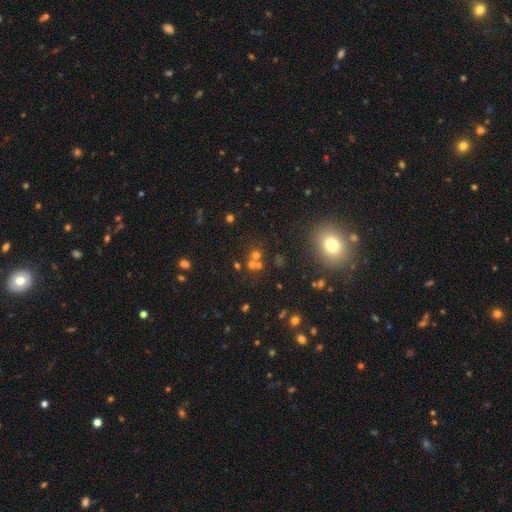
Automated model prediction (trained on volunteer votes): smooth 48%, star or artifact 40%, featured or disk 12%. Down the decision tree: merging — none (67%).